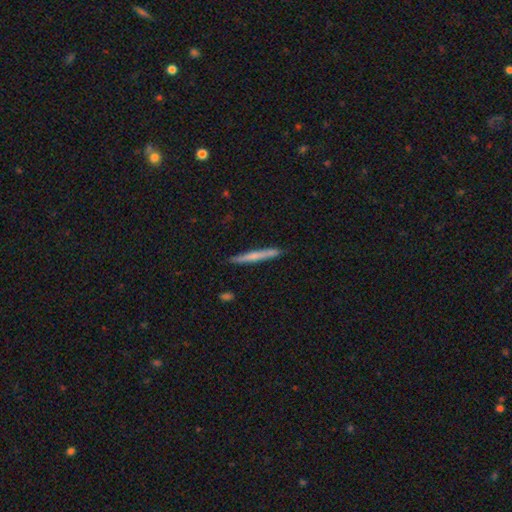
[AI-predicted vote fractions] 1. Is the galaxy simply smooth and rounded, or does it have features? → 56% smooth, 38% featured or disk, 6% star or artifact.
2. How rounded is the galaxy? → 96% cigar-shaped, 2% in between, 1% round.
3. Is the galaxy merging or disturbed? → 89% none, 8% minor disturbance, 1% major disturbance, 1% merger.